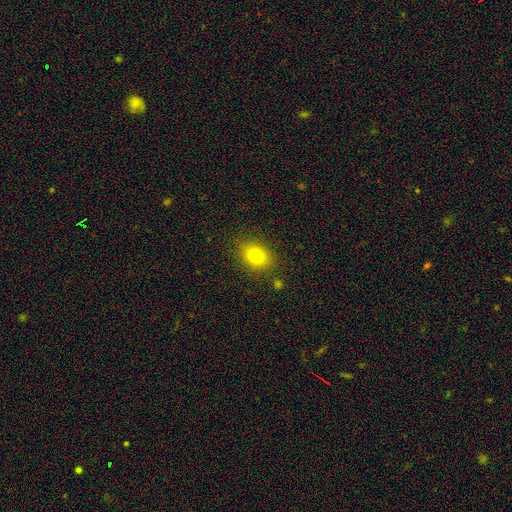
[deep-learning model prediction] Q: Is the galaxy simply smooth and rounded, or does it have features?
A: smooth — 79%.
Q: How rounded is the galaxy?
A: in between — 62%.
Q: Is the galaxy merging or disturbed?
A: none — 85%.